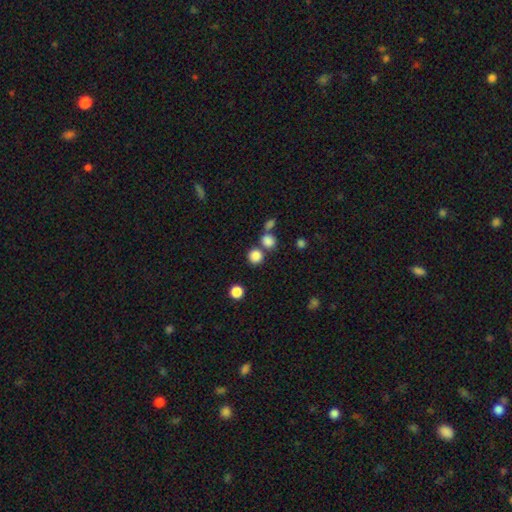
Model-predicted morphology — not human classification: Smooth or featured?
  - smooth: 83% *
  - star or artifact: 12%
  - featured or disk: 5%
How rounded?
  - round: 90% *
  - in between: 9%
  - cigar-shaped: 1%
Merging?
  - none: 69% *
  - merger: 21%
  - minor disturbance: 7%
  - major disturbance: 3%